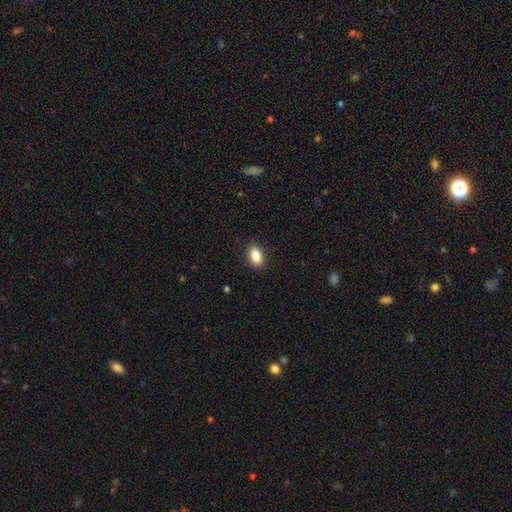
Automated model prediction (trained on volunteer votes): This appears to be a smooth galaxy with no disk features (86%) that is in between round and cigar-shaped (89%). Merging: none (89%).